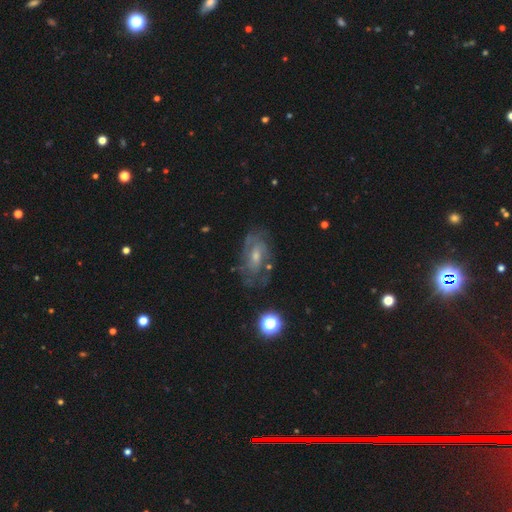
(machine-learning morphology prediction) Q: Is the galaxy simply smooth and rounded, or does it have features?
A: featured or disk — 70%.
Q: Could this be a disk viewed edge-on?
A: no — 93%.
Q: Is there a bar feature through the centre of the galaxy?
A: no — 49%.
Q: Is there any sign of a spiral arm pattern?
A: yes — 80%.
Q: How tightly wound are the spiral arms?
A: tight — 49%.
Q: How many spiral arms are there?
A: can't tell — 48%.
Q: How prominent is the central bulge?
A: small — 50%.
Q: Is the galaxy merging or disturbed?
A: none — 69%.